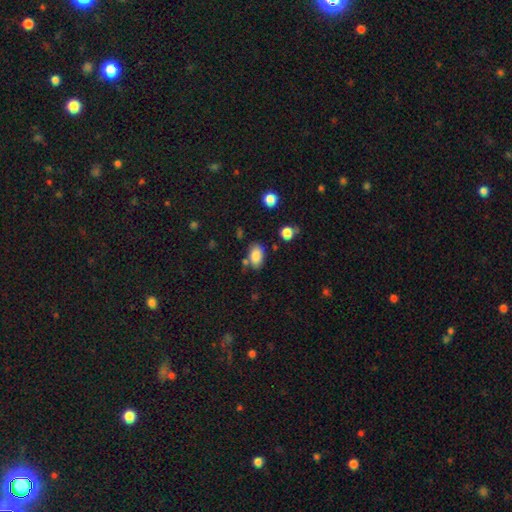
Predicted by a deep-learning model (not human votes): Q: Smooth or featured?
A: smooth (86%); runner-up: star or artifact (8%)
Q: How rounded?
A: in between (89%); runner-up: round (10%)
Q: Merging?
A: none (71%); runner-up: minor disturbance (16%)